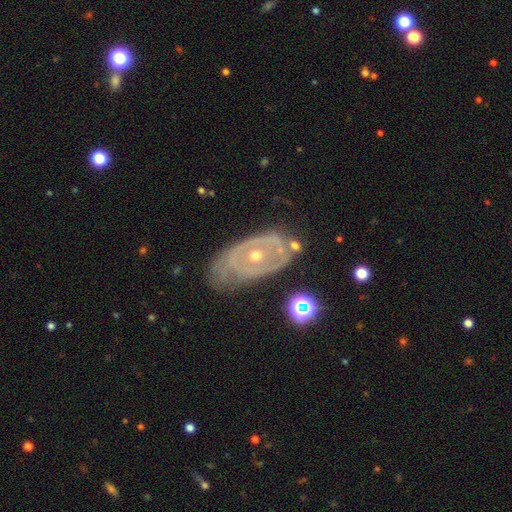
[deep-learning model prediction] This appears to be a featured or disk galaxy (78%) with no bar (80%), spiral arms (56%) and a small central bulge (53%). Merging: none (59%).